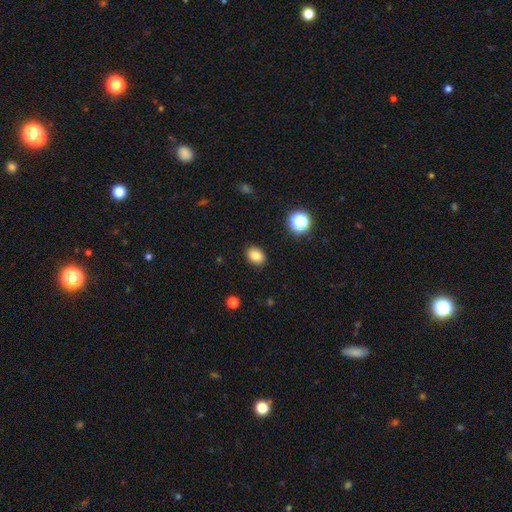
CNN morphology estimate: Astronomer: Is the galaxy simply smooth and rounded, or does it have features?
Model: smooth — 83%.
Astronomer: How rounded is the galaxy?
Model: in between — 64%.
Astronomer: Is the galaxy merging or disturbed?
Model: none — 89%.